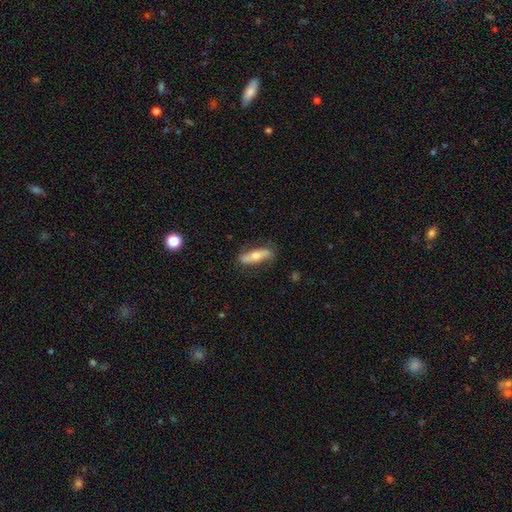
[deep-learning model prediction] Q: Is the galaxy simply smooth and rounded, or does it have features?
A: smooth — 51%.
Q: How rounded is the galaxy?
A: cigar-shaped — 56%.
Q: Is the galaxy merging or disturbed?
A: none — 79%.